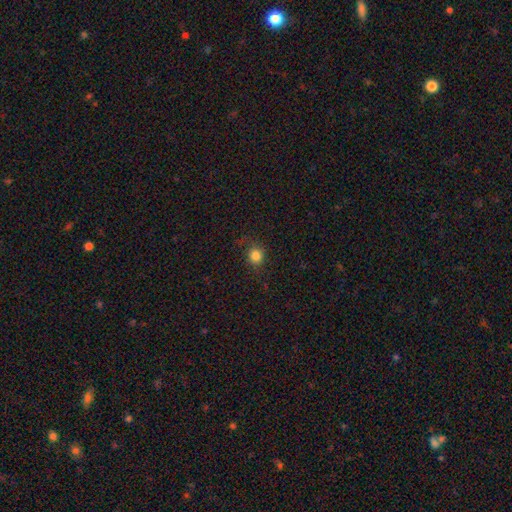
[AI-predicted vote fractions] A smooth galaxy with no disk features (82%) that is round (87%). Merging: none (80%).